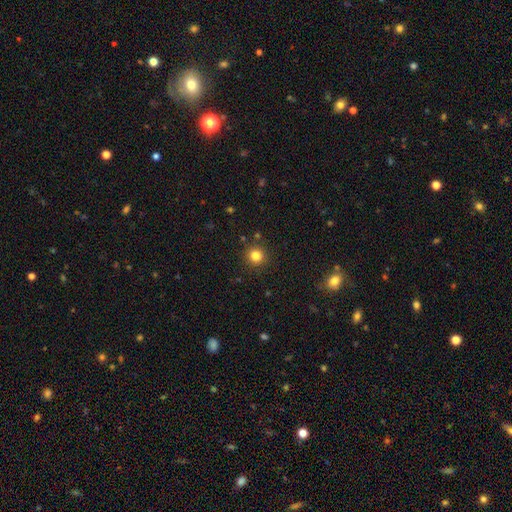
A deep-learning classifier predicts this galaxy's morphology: Smooth or featured?
  - smooth: 81% *
  - star or artifact: 13%
  - featured or disk: 6%
How rounded?
  - round: 93% *
  - in between: 6%
  - cigar-shaped: 1%
Merging?
  - none: 89% *
  - minor disturbance: 6%
  - major disturbance: 2%
  - merger: 2%